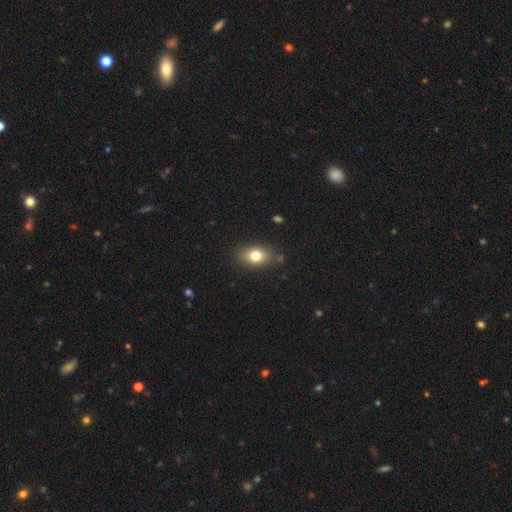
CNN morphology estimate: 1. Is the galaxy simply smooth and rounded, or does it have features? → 76% smooth, 14% featured or disk, 10% star or artifact.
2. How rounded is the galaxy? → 77% in between, 20% round, 3% cigar-shaped.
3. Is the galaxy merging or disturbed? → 80% none, 14% minor disturbance, 3% major disturbance, 3% merger.